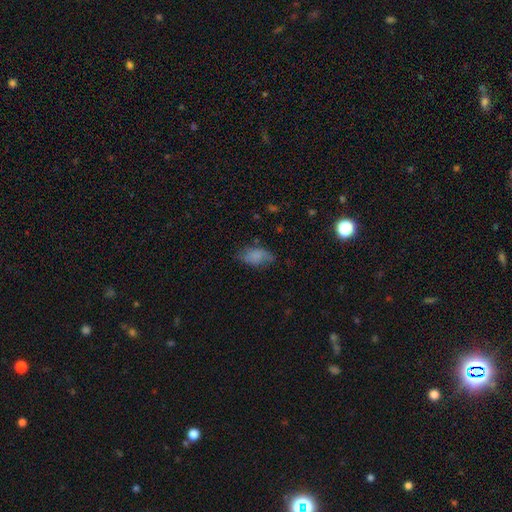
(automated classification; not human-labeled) This is likely a smooth galaxy (74%). How rounded: clearly in between (90%). Merging: possibly none (58%).